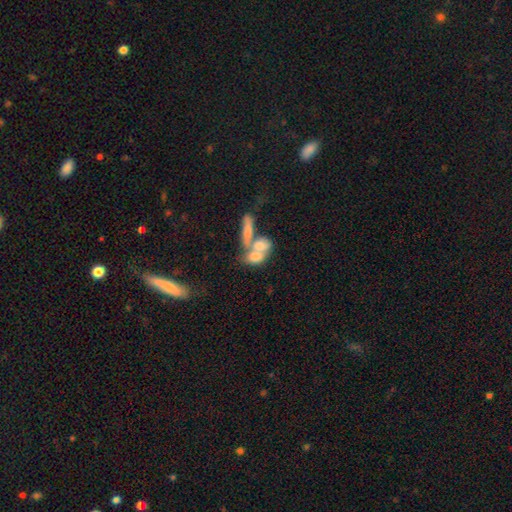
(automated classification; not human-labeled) A smooth galaxy with no disk features (62%) that is in between round and cigar-shaped (78%). Merging: merger (66%).